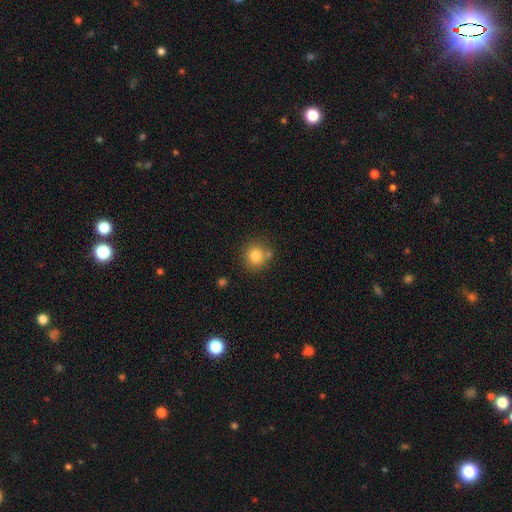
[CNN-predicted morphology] Q: Smooth or featured?
A: smooth (81%); runner-up: star or artifact (11%)
Q: How rounded?
A: round (90%); runner-up: in between (9%)
Q: Merging?
A: none (73%); runner-up: merger (13%)